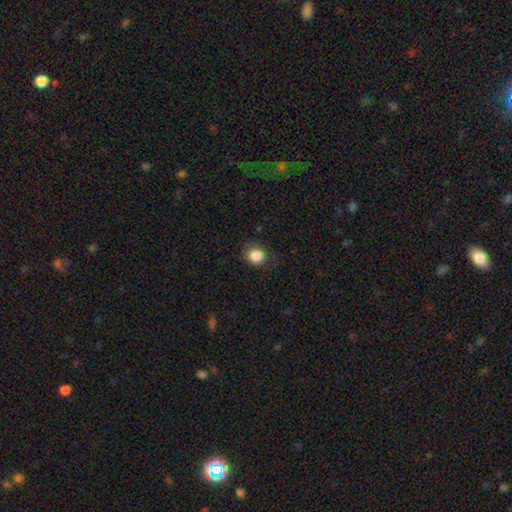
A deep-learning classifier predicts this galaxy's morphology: This appears to be a smooth galaxy with no disk features (86%) that is round (85%). Merging: none (81%).